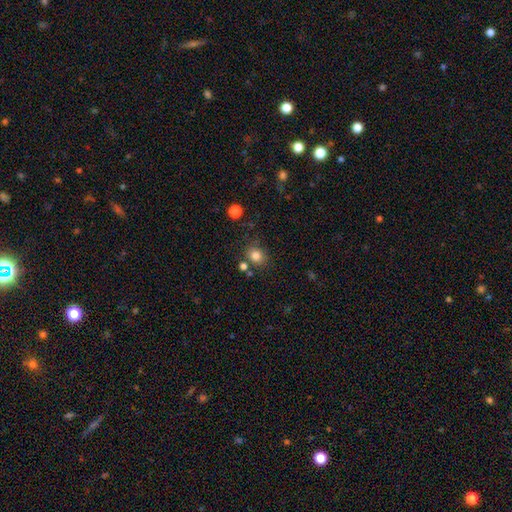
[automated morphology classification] Q: Smooth or featured?
A: smooth (82%); runner-up: star or artifact (12%)
Q: How rounded?
A: round (70%); runner-up: in between (29%)
Q: Merging?
A: none (75%); runner-up: minor disturbance (12%)